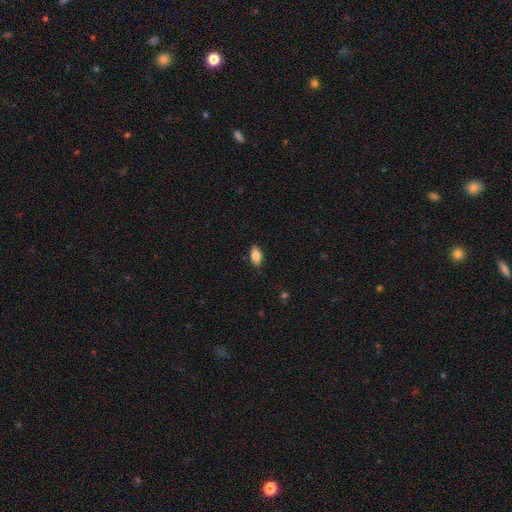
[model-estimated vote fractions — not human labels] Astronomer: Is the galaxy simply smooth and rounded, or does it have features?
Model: smooth — 84%.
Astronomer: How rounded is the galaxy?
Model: in between — 90%.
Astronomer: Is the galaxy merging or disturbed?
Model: none — 83%.